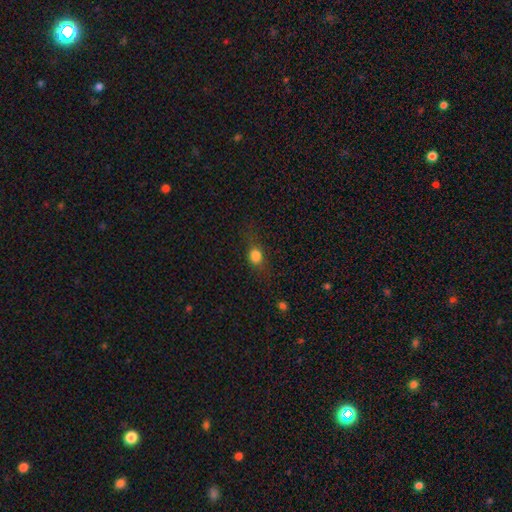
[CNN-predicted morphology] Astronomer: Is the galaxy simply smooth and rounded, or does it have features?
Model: smooth — 78%.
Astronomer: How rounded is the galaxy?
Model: round — 56% (runner-up: in between, 40%).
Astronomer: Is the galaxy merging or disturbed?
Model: none — 64%.